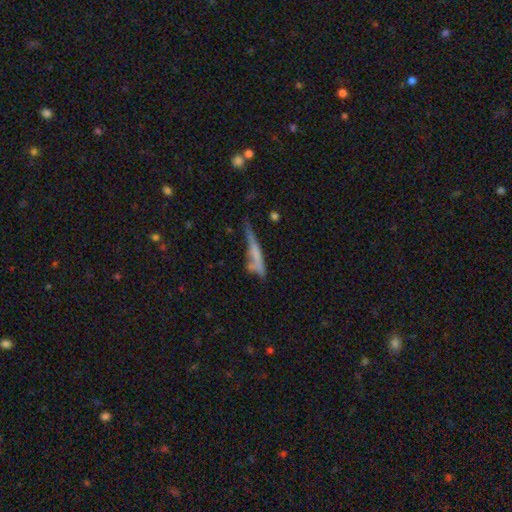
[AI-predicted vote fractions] Smooth or featured: smooth — 51% (featured or disk — 39%)
How rounded: cigar-shaped — 88% (in between — 10%)
Merging: none — 41% (minor disturbance — 27%)